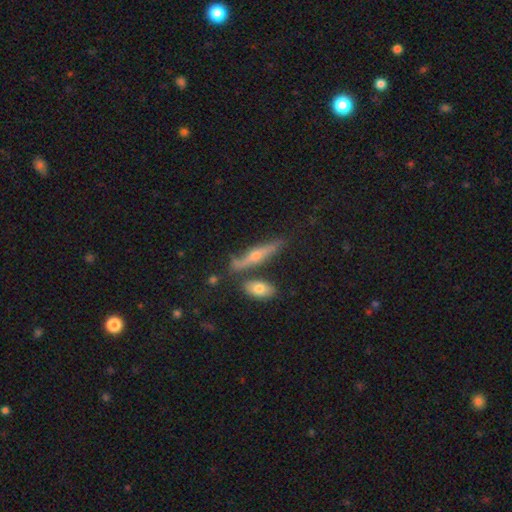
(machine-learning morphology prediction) Smooth or featured? Predicted: featured or disk (p=0.61). Edge-on disk? Predicted: yes (p=0.90). Edge-on bulge? Predicted: rounded (p=0.90). Merging? Predicted: none (p=0.70).